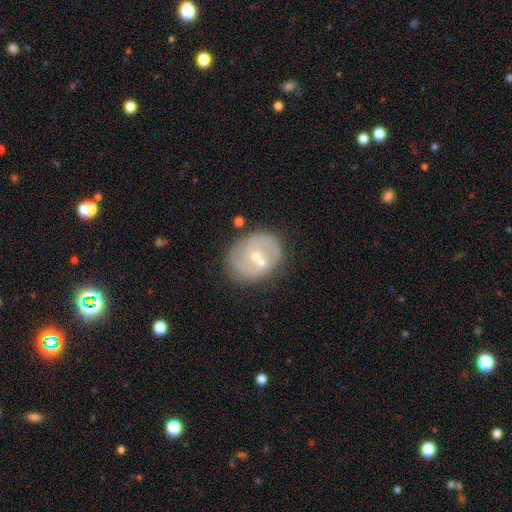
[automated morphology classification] Smooth or featured: featured or disk — 69% (smooth — 24%)
Edge-on disk: no — 97% (yes — 3%)
Bar: no — 54% (weak — 36%)
Spiral arms: yes — 67% (no — 33%)
Bulge size: small — 59% (moderate — 37%)
Merging: none — 62% (minor disturbance — 16%)